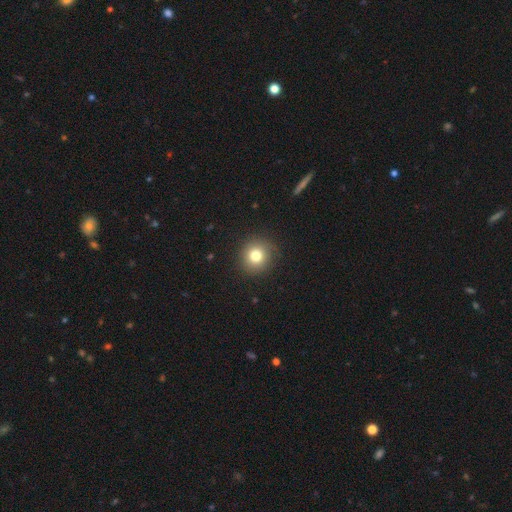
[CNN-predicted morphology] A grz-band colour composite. It shows a smooth galaxy with no disk features (79%) that is round (91%). Merging: none (89%).